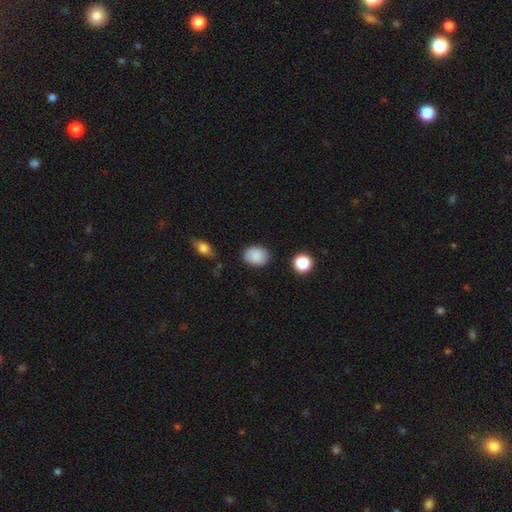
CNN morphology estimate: Overall: smooth (88%). How rounded: in between (61%; round 38%). Merging: none (85%).